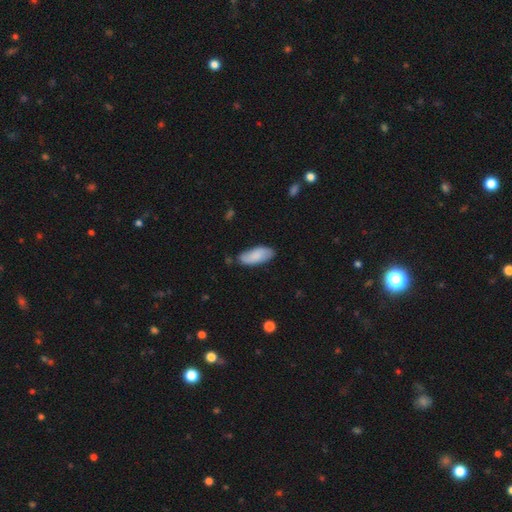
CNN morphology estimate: Smooth or featured?
  - smooth: 76% *
  - featured or disk: 18%
  - star or artifact: 6%
How rounded?
  - in between: 84% *
  - cigar-shaped: 14%
  - round: 2%
Merging?
  - none: 77% *
  - minor disturbance: 18%
  - major disturbance: 3%
  - merger: 2%